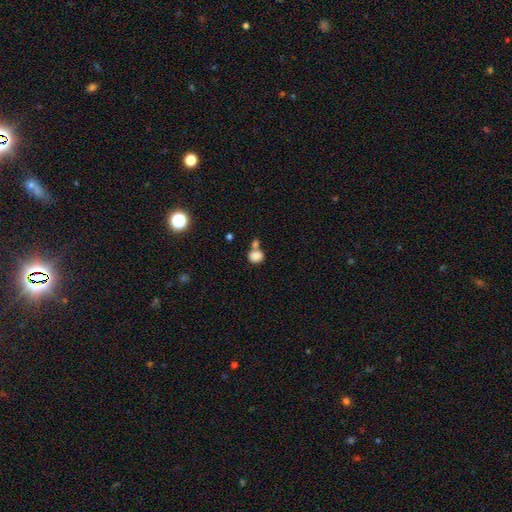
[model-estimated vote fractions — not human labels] smooth 84%, star or artifact 10%, featured or disk 7%. Down the decision tree: how rounded — round (60%); merging — merger (43%).